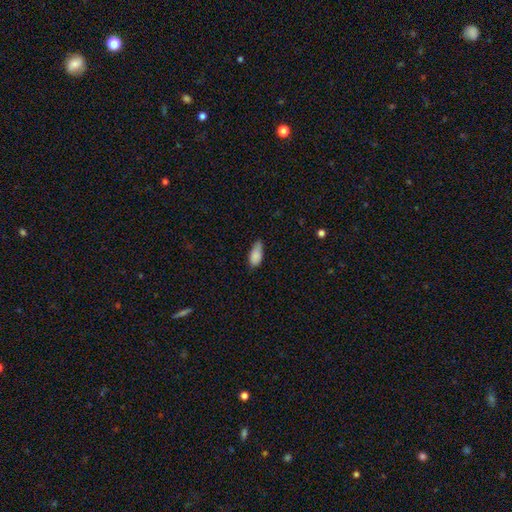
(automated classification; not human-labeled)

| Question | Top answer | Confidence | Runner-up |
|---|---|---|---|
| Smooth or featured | smooth | 87% | star or artifact (7%) |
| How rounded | in between | 87% | cigar-shaped (10%) |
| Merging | none | 60% | minor disturbance (33%) |